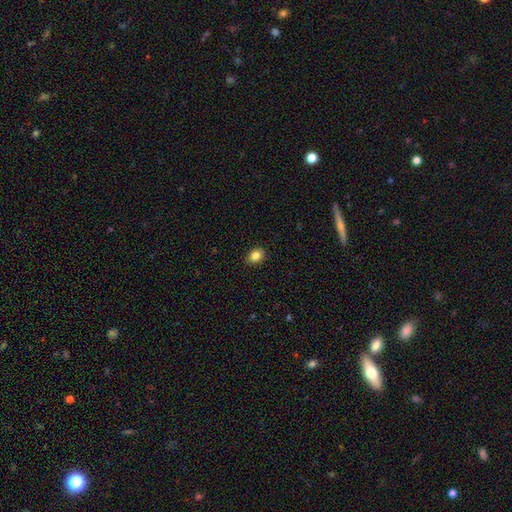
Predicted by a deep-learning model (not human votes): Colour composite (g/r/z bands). It shows a smooth galaxy with no disk features (84%) that is in between round and cigar-shaped (60%). Merging: none (88%).